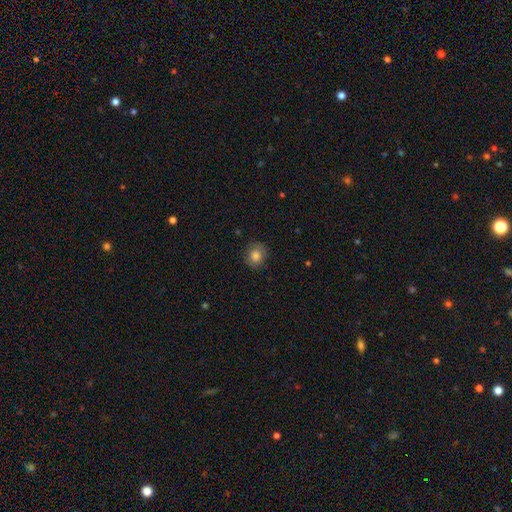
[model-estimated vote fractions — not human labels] This is clearly a smooth galaxy (81%). How rounded: clearly round (83%). Merging: clearly none (84%).